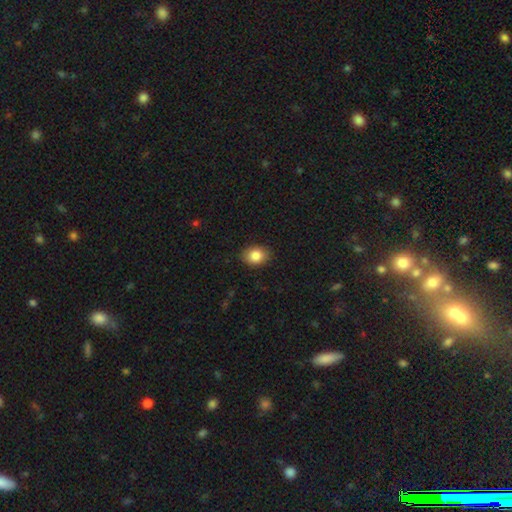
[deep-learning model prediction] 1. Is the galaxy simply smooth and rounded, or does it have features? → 86% smooth, 9% star or artifact, 6% featured or disk.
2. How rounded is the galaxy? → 57% in between, 42% round, 1% cigar-shaped.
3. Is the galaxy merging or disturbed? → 86% none, 10% minor disturbance, 2% major disturbance, 1% merger.